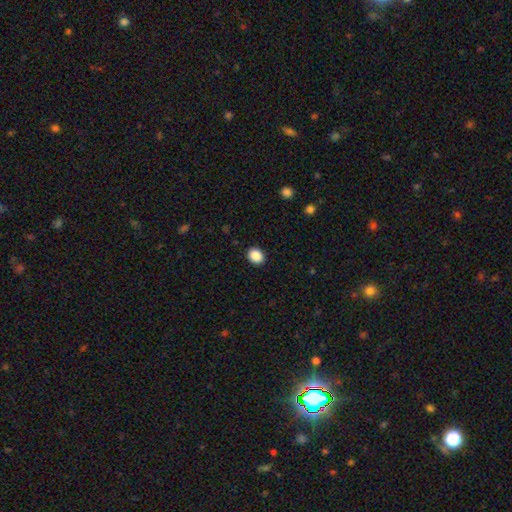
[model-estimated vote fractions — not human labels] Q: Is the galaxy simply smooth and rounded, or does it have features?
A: smooth — 89%.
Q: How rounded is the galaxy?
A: round — 56%.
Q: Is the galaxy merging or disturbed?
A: none — 91%.